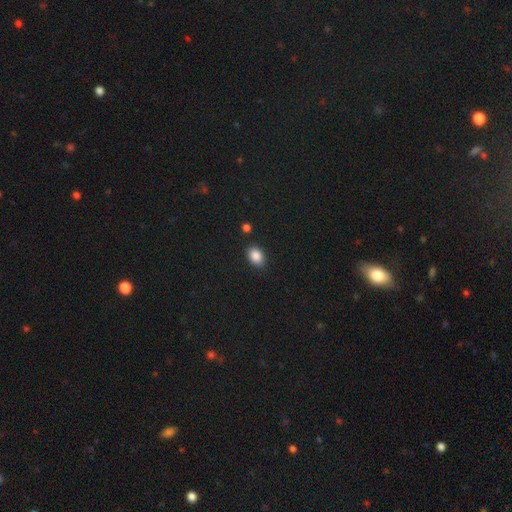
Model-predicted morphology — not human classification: smooth_or_featured: smooth (p=0.87) [alt: star or artifact p=0.09]
how_rounded: in between (p=0.76) [alt: round p=0.22]
merging: none (p=0.86) [alt: minor disturbance p=0.10]